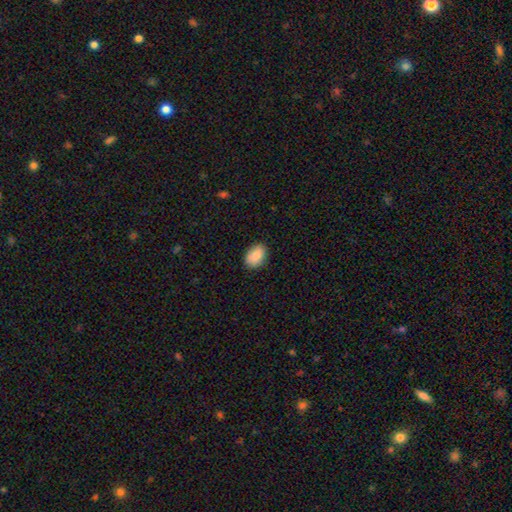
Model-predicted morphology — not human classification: Smooth or featured: smooth — 87% (star or artifact — 7%)
How rounded: in between — 85% (round — 14%)
Merging: none — 87% (minor disturbance — 10%)